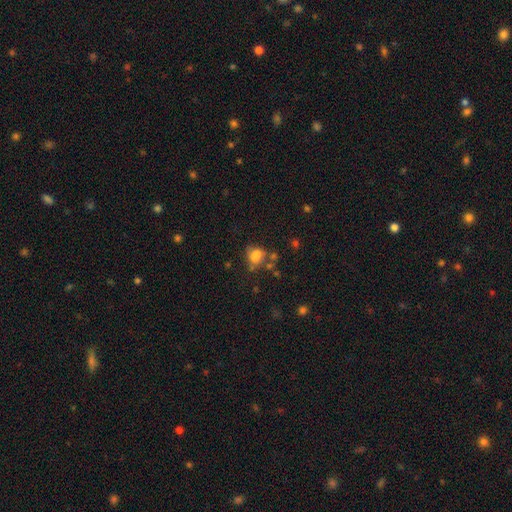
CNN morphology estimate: A smooth galaxy with no disk features (69%) that is round (55%). Merging: none (42%).